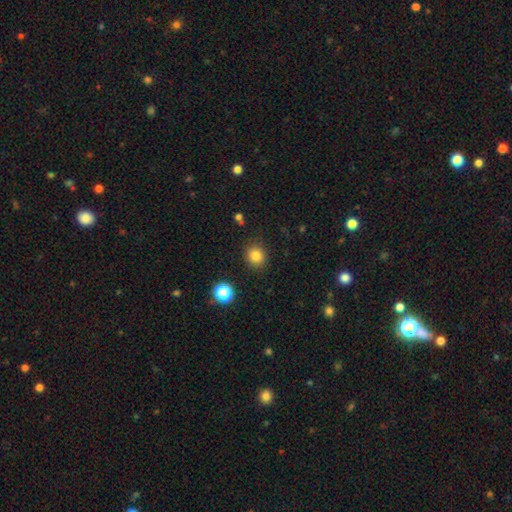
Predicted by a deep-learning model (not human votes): Smooth or featured?
  - smooth: 83% *
  - star or artifact: 12%
  - featured or disk: 5%
How rounded?
  - round: 80% *
  - in between: 19%
  - cigar-shaped: 1%
Merging?
  - none: 87% *
  - minor disturbance: 8%
  - major disturbance: 3%
  - merger: 2%